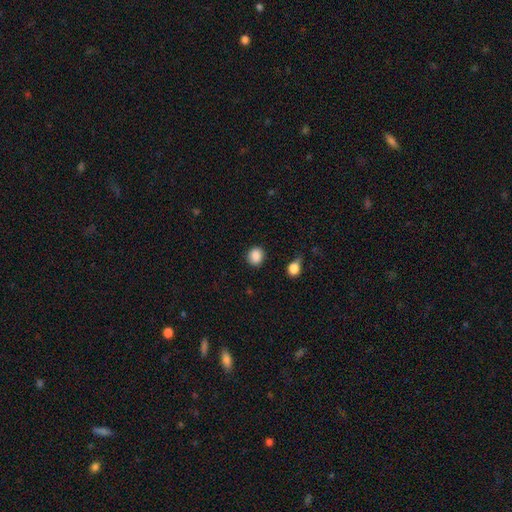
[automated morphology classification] Smooth or featured?
  - smooth: 87% *
  - star or artifact: 9%
  - featured or disk: 4%
How rounded?
  - round: 73% *
  - in between: 25%
  - cigar-shaped: 1%
Merging?
  - none: 86% *
  - minor disturbance: 9%
  - major disturbance: 3%
  - merger: 2%